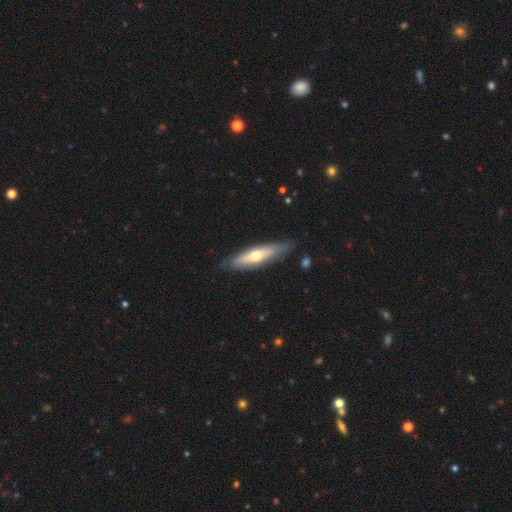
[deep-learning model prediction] A featured or disk galaxy (50%). Merging: none (82%).